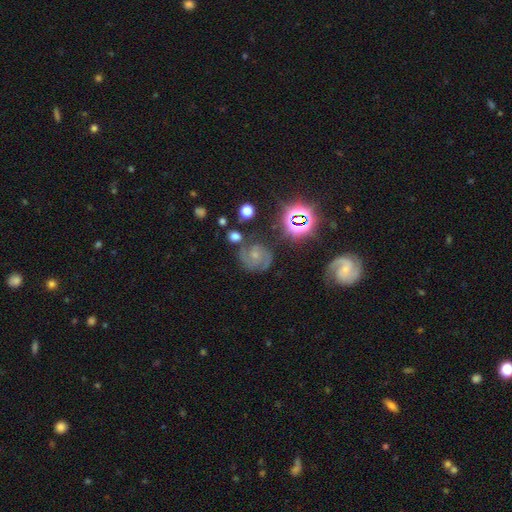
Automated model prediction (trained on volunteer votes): Smooth or featured: featured or disk — 70% (star or artifact — 17%)
Edge-on disk: no — 97% (yes — 3%)
Bar: no — 66% (weak — 27%)
Spiral arms: yes — 95% (no — 5%)
Spiral winding: tight — 47% (medium — 43%)
Spiral arm count: 2 — 66% (3 — 15%)
Bulge size: small — 60% (moderate — 31%)
Merging: none — 64% (minor disturbance — 18%)